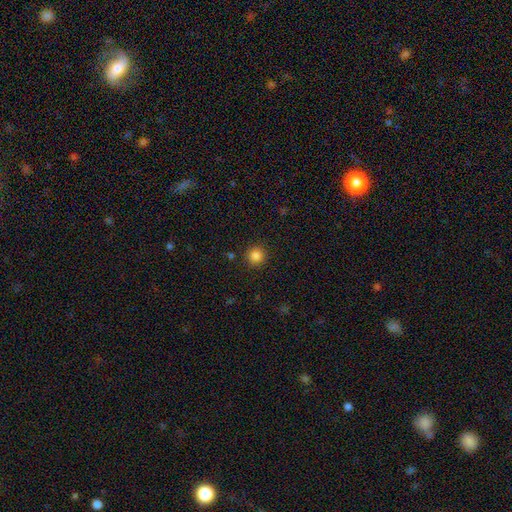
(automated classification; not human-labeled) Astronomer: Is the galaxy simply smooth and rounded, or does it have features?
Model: smooth — 85%.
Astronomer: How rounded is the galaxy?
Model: round — 94%.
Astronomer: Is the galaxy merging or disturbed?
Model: none — 90%.